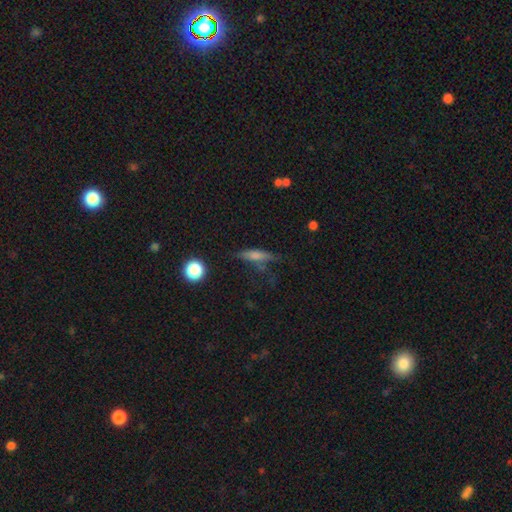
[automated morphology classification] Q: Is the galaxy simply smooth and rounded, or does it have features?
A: smooth — 59%.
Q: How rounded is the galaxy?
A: cigar-shaped — 68%.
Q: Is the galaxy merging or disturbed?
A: none — 63%.